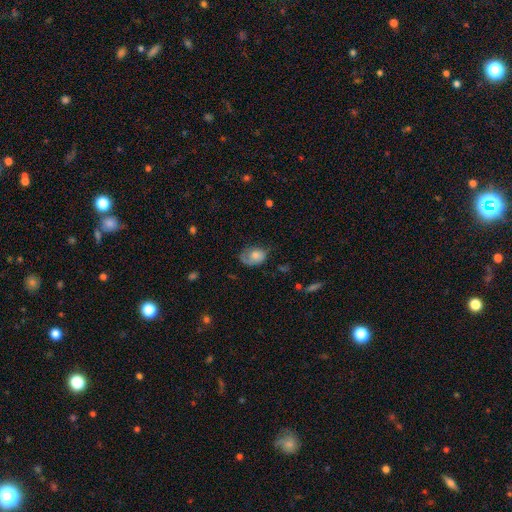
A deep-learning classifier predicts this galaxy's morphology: Smooth or featured? Predicted: smooth (p=0.67). How rounded? Predicted: in between (p=0.72). Merging? Predicted: none (p=0.40).